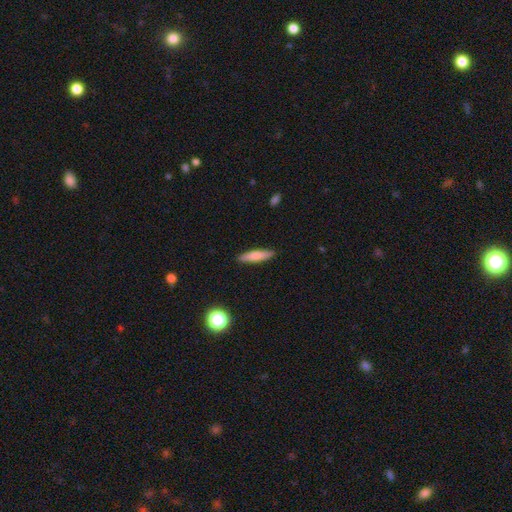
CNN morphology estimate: Smooth or featured: smooth — 75% (featured or disk — 19%)
How rounded: cigar-shaped — 81% (in between — 18%)
Merging: none — 89% (minor disturbance — 8%)